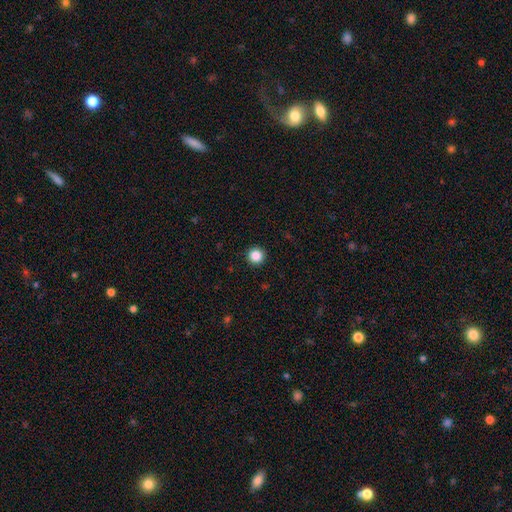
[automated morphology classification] Smooth or featured?
  - smooth: 86% *
  - star or artifact: 11%
  - featured or disk: 3%
How rounded?
  - round: 96% *
  - in between: 3%
  - cigar-shaped: 1%
Merging?
  - none: 93% *
  - minor disturbance: 4%
  - major disturbance: 2%
  - merger: 1%